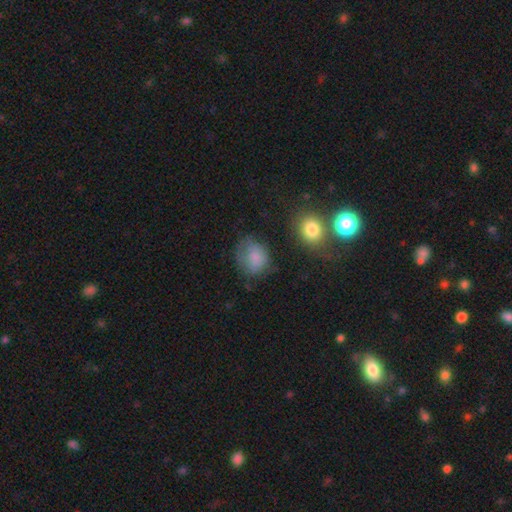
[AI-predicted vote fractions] Smooth or featured? Predicted: smooth (p=0.75). How rounded? Predicted: round (p=0.56). Merging? Predicted: none (p=0.54).